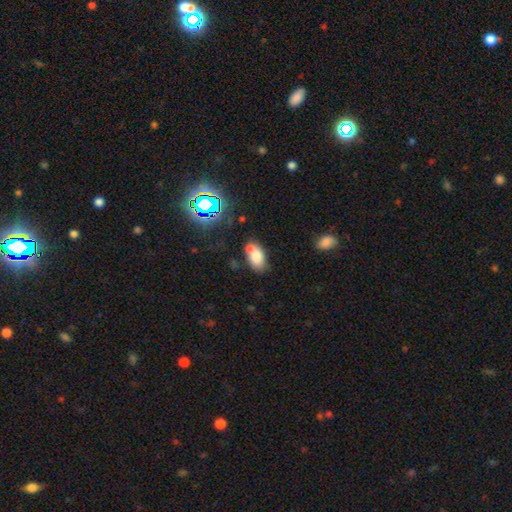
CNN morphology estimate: type=smooth (74%); roundness=in between (90%); merging=none (51%).